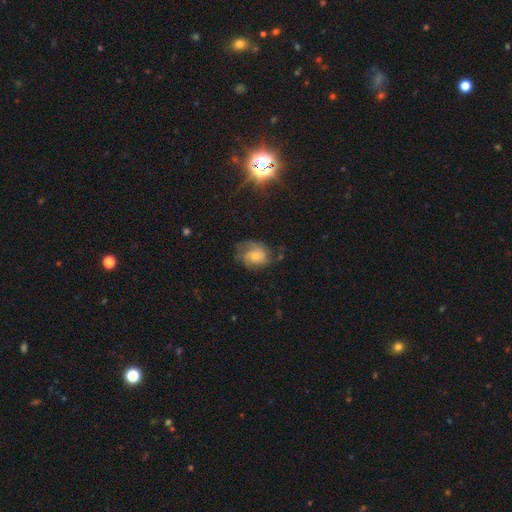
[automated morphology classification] A featured or disk galaxy (63%) with no bar (70%), 2 (42%) medium (41%) spiral arms (87%) and a small central bulge (47%).

Vote fractions:
- Smooth or featured? featured or disk: 63% / smooth: 28% / star or artifact: 9%
- Edge-on disk? no: 97% / yes: 3%
- Bar? no: 70% / weak: 25% / strong: 4%
- Spiral arms? yes: 87% / no: 13%
- Spiral winding? medium: 41% / tight: 40% / loose: 19%
- Spiral arm count? 2: 42% / can't tell: 27% / 3: 15% / 1: 11% / 4: 3% / more than 4: 3%
- Bulge size? small: 47% / moderate: 45% / large: 4% / none: 3% / dominant: 1%
- Merging? none: 55% / minor disturbance: 26% / major disturbance: 17% / merger: 2%